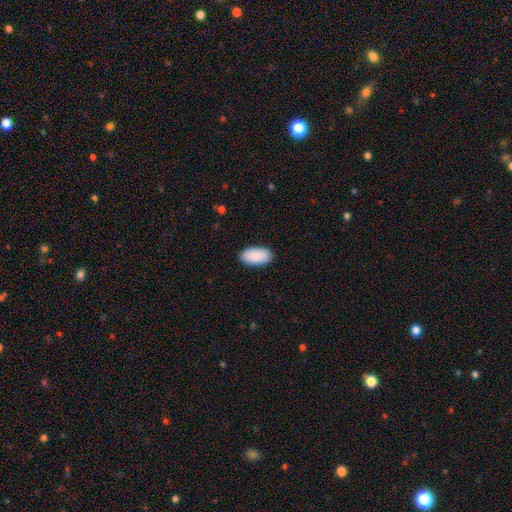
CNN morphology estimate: Q: Smooth or featured?
A: smooth (91%); runner-up: star or artifact (6%)
Q: How rounded?
A: in between (96%); runner-up: cigar-shaped (2%)
Q: Merging?
A: none (89%); runner-up: minor disturbance (8%)